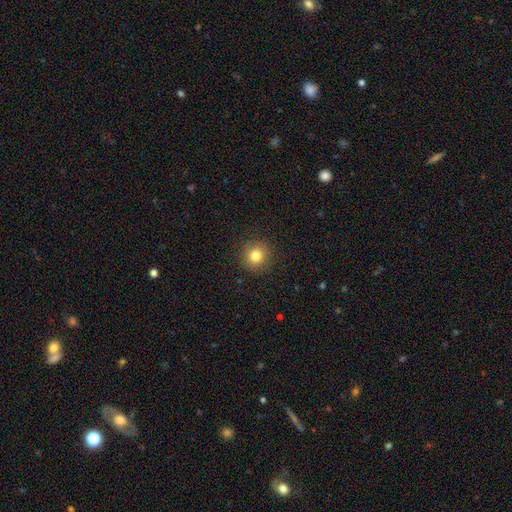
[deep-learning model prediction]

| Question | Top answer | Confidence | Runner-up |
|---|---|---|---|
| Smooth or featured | smooth | 81% | star or artifact (11%) |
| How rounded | round | 93% | in between (6%) |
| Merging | none | 90% | minor disturbance (6%) |